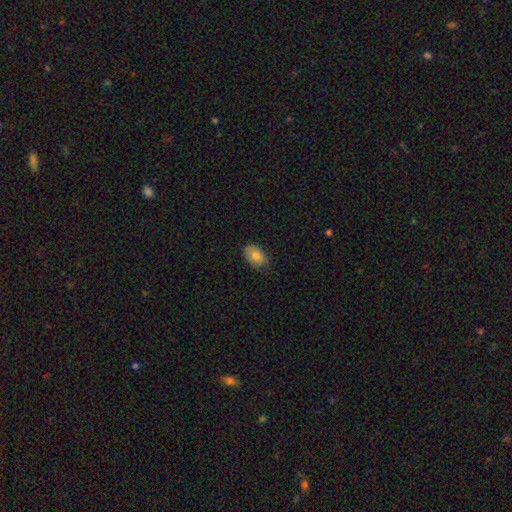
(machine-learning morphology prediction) smooth-or-featured: smooth: 81% | featured or disk: 11% | star or artifact: 8%
  how-rounded: in between: 86% | round: 13% | cigar-shaped: 1%
  merging: none: 74% | minor disturbance: 21% | major disturbance: 4% | merger: 1%